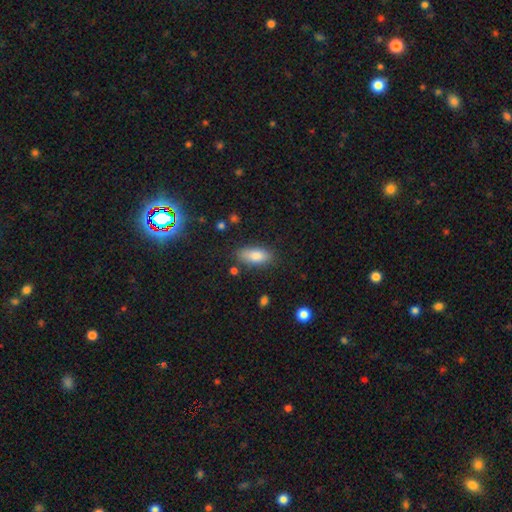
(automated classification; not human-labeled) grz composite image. It shows a smooth galaxy with no disk features (80%) that is in between round and cigar-shaped (84%). Merging: none (81%).